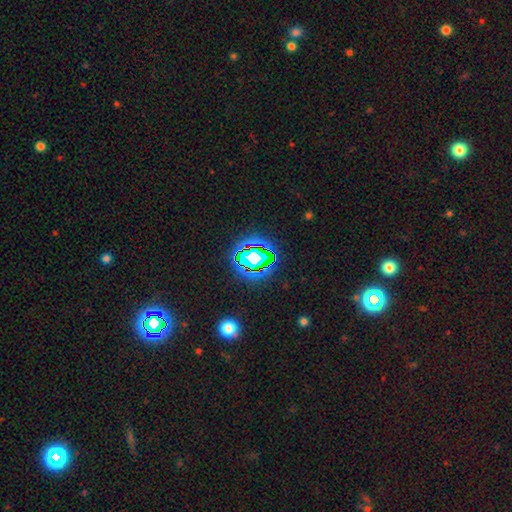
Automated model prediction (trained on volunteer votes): Morphology: type=star or artifact (78%).